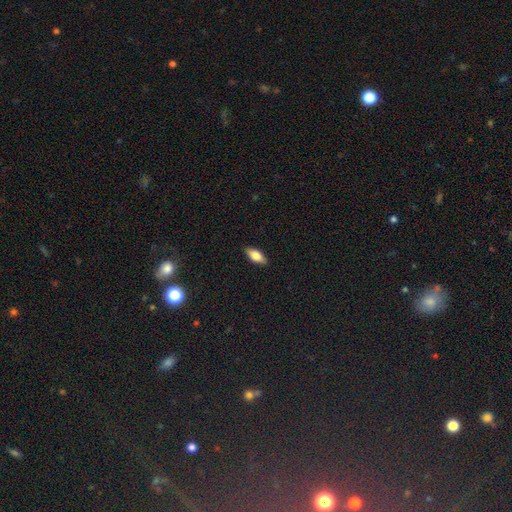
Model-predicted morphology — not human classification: This is likely a smooth galaxy (68%). How rounded: likely in between (77%). Merging: clearly none (88%).